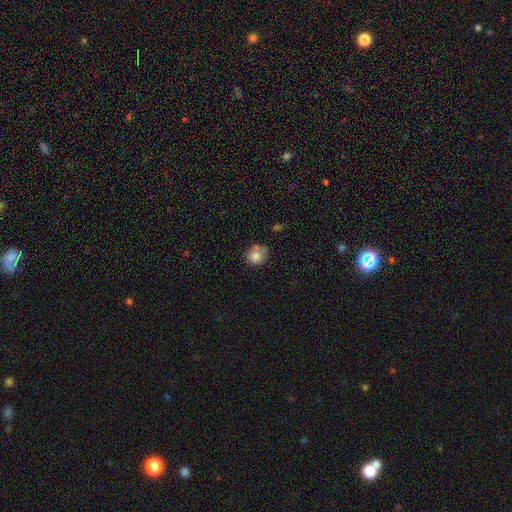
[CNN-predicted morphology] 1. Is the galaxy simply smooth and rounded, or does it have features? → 80% smooth, 10% featured or disk, 10% star or artifact.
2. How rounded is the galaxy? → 84% round, 15% in between, 1% cigar-shaped.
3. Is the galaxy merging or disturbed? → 60% none, 19% minor disturbance, 16% merger, 5% major disturbance.